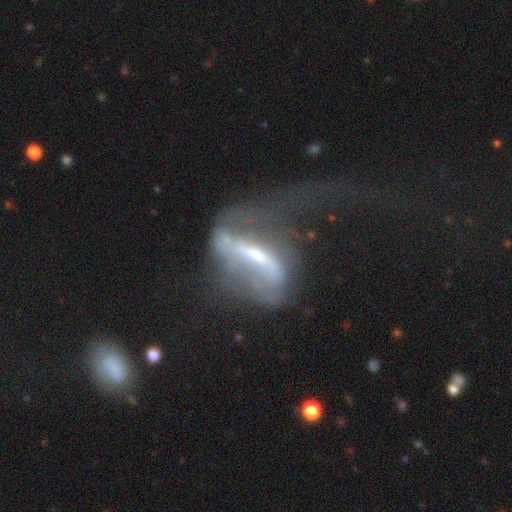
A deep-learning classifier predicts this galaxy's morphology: This is likely a featured or disk galaxy (69%). It is clearly not viewed edge-on (83%). Bar: possibly strong (53%). Spiral arm pattern: possibly no (52%). Central bulge: marginally moderate (41%, tied with small). Merging: likely major disturbance (60%).